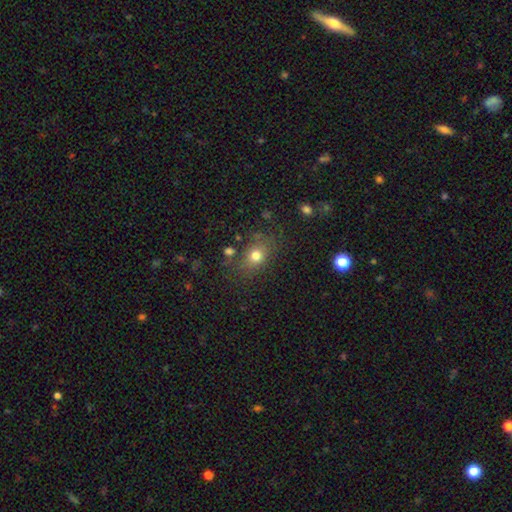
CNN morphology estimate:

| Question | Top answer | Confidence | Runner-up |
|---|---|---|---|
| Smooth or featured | smooth | 74% | star or artifact (15%) |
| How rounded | in between | 52% | round (45%) |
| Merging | none | 74% | minor disturbance (15%) |